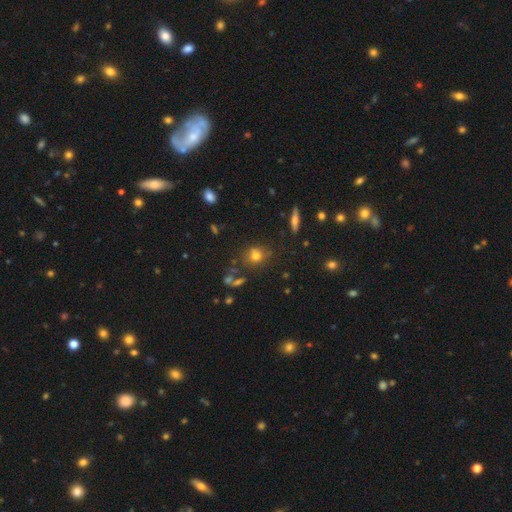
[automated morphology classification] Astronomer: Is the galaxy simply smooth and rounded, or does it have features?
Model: smooth — 71%.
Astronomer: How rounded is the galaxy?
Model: round — 76%.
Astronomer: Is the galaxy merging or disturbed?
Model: none — 71%.